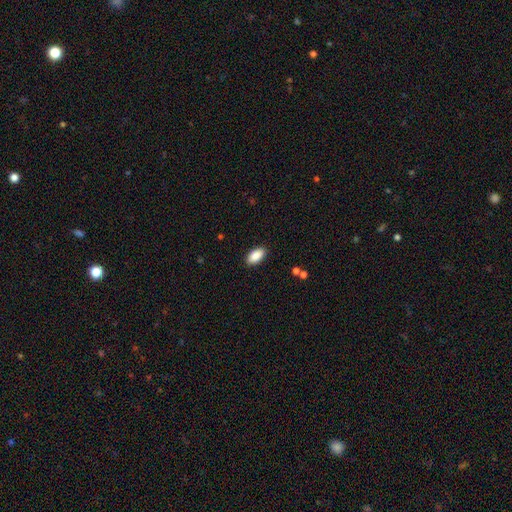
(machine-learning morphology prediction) The model was most divided on "merging": none: 89%, minor disturbance: 8%, major disturbance: 2%, merger: 1%. More confident: how rounded — in between (94%); smooth or featured — smooth (89%).